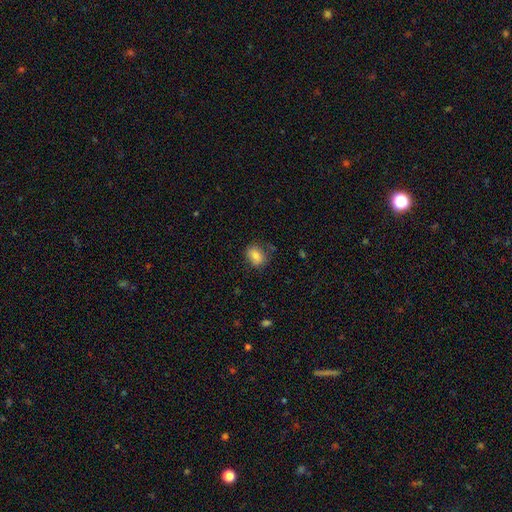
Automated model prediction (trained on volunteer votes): Smooth or featured? Predicted: smooth (p=0.82). How rounded? Predicted: in between (p=0.67). Merging? Predicted: none (p=0.72).